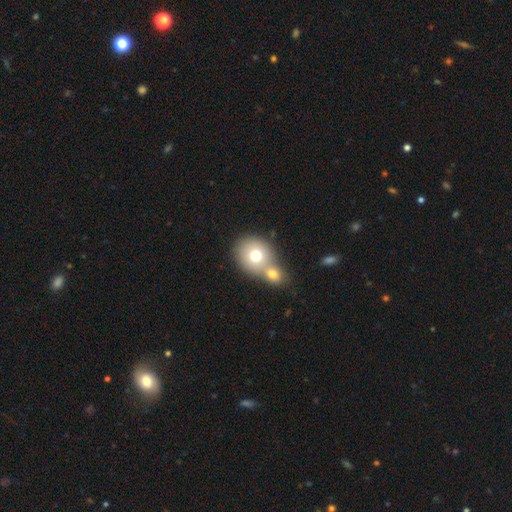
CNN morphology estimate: Smooth or featured? smooth (71%)
How rounded? round (73%)
Merging? merger (57%)